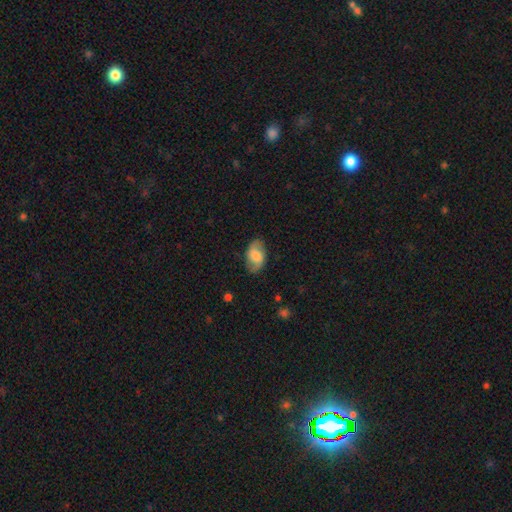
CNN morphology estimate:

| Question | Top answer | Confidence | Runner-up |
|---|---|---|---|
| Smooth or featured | smooth | 58% | featured or disk (34%) |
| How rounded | in between | 91% | round (7%) |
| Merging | none | 77% | minor disturbance (17%) |